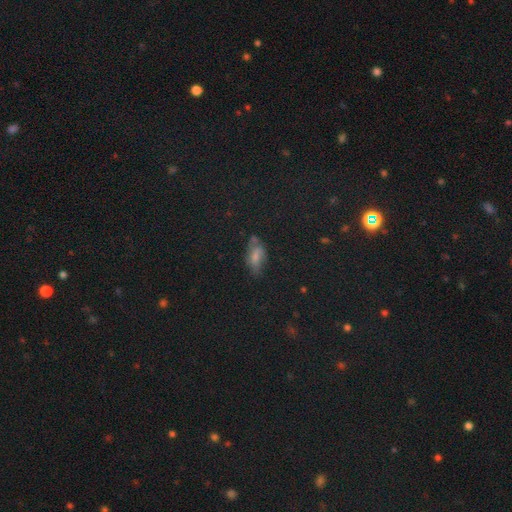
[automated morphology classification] Smooth or featured: smooth — 54% (star or artifact — 25%)
How rounded: in between — 85% (cigar-shaped — 8%)
Merging: none — 51% (minor disturbance — 28%)